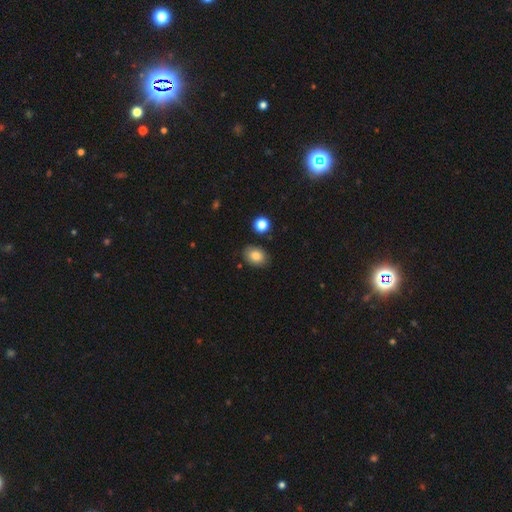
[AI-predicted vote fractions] Smooth or featured: smooth — 85% (star or artifact — 9%)
How rounded: in between — 72% (round — 27%)
Merging: none — 84% (minor disturbance — 10%)